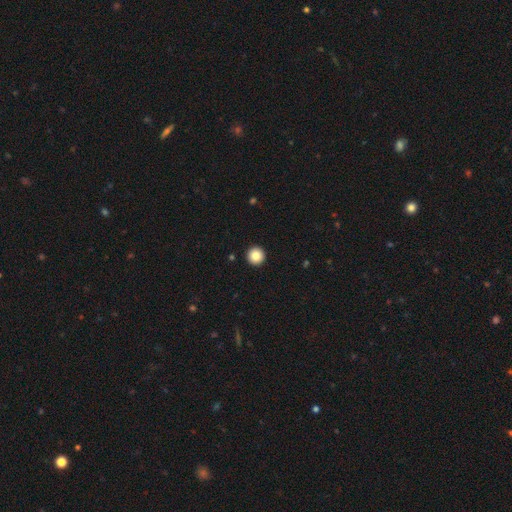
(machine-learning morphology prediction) A smooth galaxy with no disk features (85%) that is round (97%).

Vote fractions:
- Smooth or featured? smooth: 85% / star or artifact: 10% / featured or disk: 6%
- How rounded? round: 97% / in between: 3% / cigar-shaped: 1%
- Merging? none: 94% / minor disturbance: 4% / major disturbance: 1% / merger: 1%